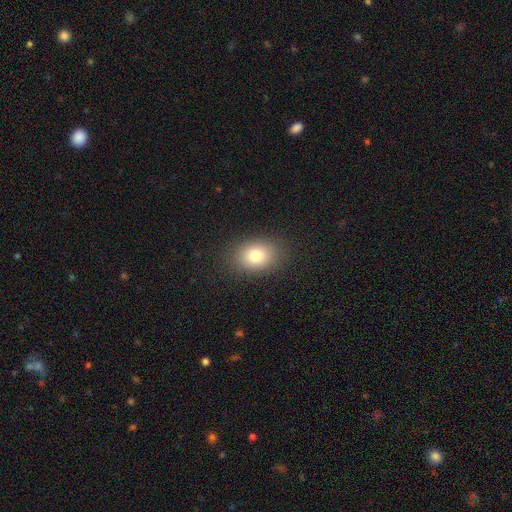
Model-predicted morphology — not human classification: This appears to be a smooth galaxy with no disk features (79%) that is in between round and cigar-shaped (66%). Merging: none (86%).